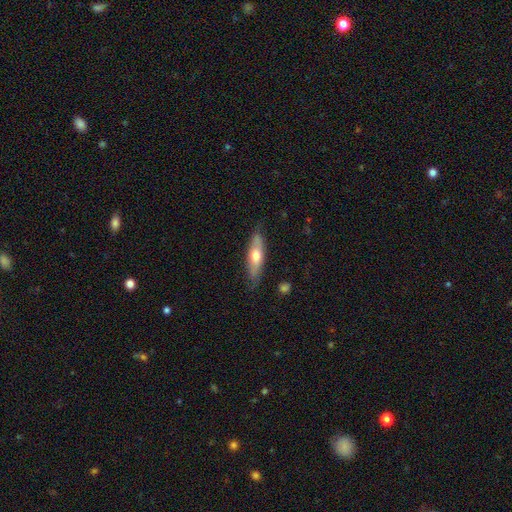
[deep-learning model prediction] Smooth or featured? smooth (53%)
How rounded? cigar-shaped (57%)
Merging? none (76%)